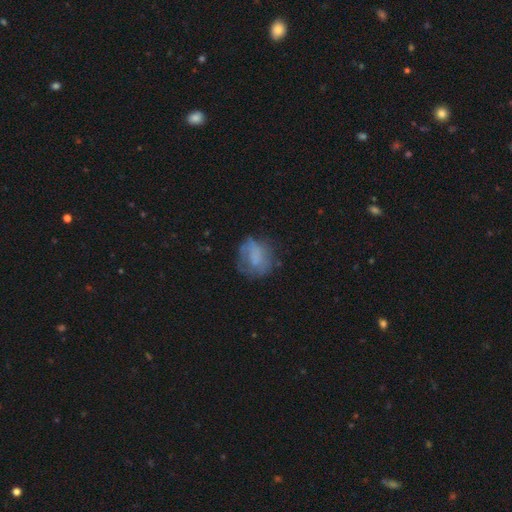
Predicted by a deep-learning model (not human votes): A smooth galaxy with no disk features (60%) that is round (69%). Merging: none (55%).